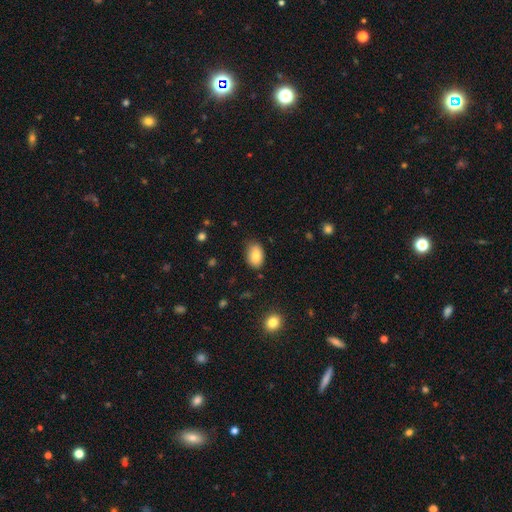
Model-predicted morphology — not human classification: A smooth galaxy with no disk features (86%) that is in between round and cigar-shaped (89%). Merging: none (76%).